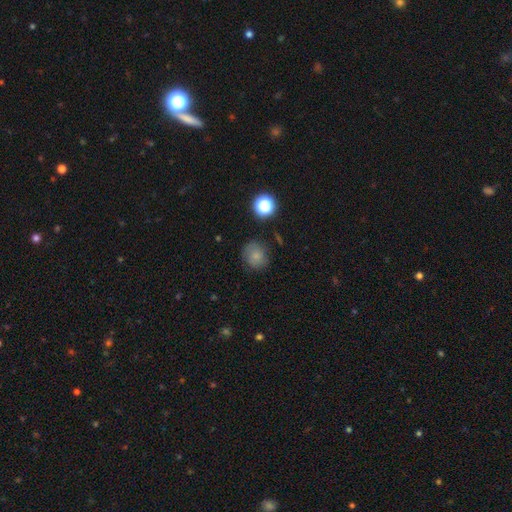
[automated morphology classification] type=smooth (74%); roundness=round (86%); merging=none (77%).